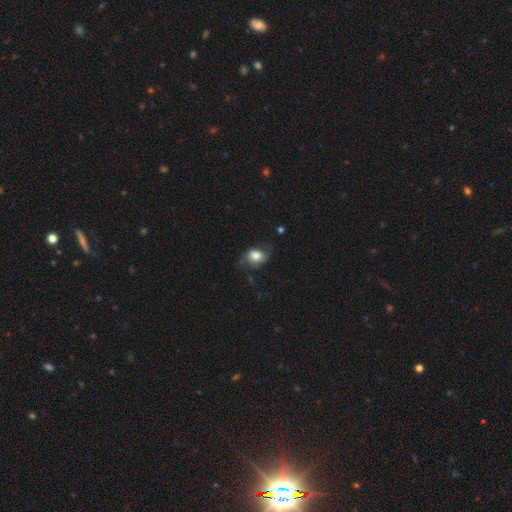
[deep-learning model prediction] smooth 69%, featured or disk 22%, star or artifact 9%. Down the decision tree: how rounded — in between (54%); merging — none (58%).